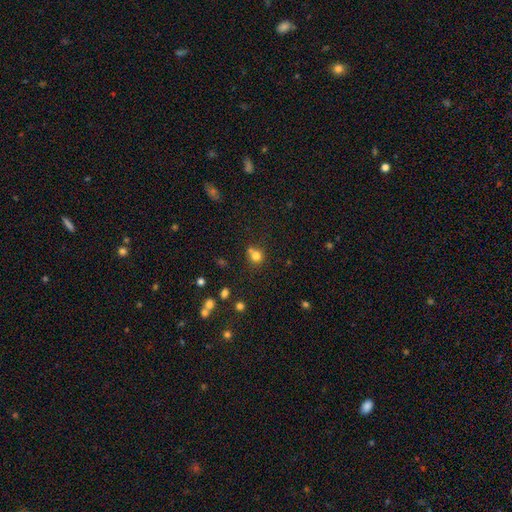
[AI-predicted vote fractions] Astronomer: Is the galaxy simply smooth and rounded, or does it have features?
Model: smooth — 78%.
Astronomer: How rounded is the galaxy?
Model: round — 85%.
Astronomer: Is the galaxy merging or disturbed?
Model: none — 55% (runner-up: merger, 30%).